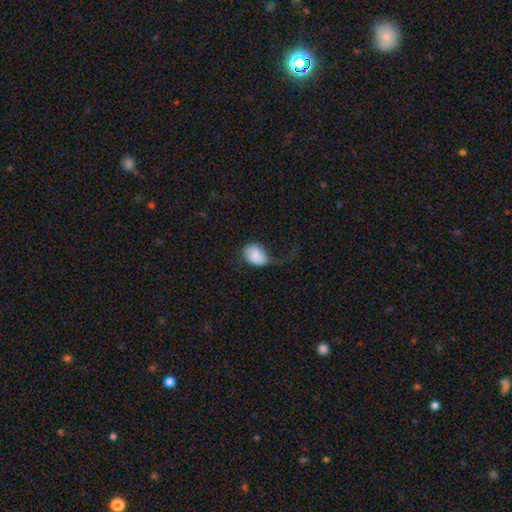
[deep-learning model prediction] A smooth galaxy with no disk features (78%) that is in between round and cigar-shaped (62%).

Vote fractions:
- Smooth or featured? smooth: 78% / featured or disk: 15% / star or artifact: 7%
- How rounded? in between: 62% / round: 37% / cigar-shaped: 1%
- Merging? major disturbance: 38% / minor disturbance: 35% / none: 25% / merger: 3%